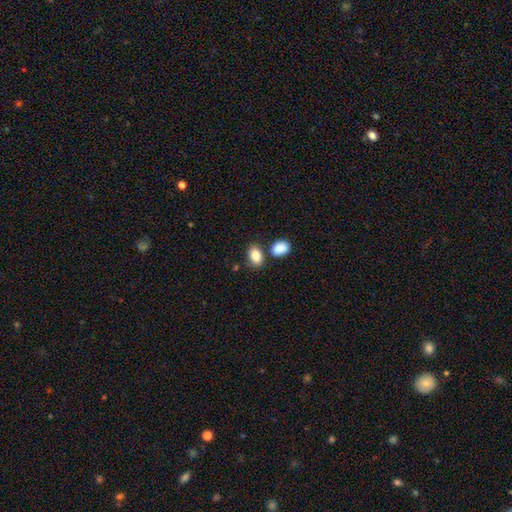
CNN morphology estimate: A smooth galaxy with no disk features (86%) that is in between round and cigar-shaped (82%). Merging: none (67%).